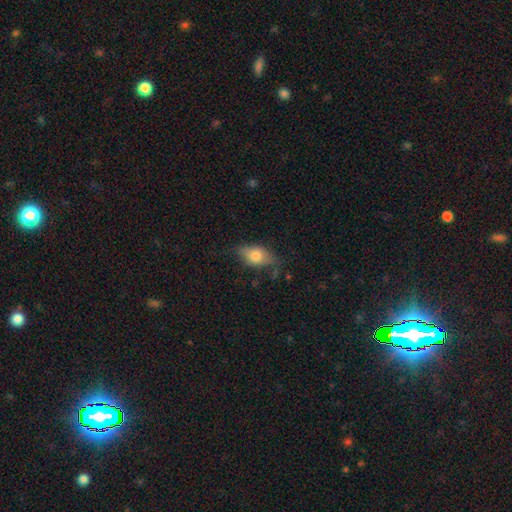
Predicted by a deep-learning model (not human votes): A smooth galaxy with no disk features (67%) that is in between round and cigar-shaped (81%).

Vote fractions:
- Smooth or featured? smooth: 67% / featured or disk: 25% / star or artifact: 8%
- How rounded? in between: 81% / round: 13% / cigar-shaped: 6%
- Merging? none: 61% / minor disturbance: 27% / major disturbance: 10% / merger: 2%